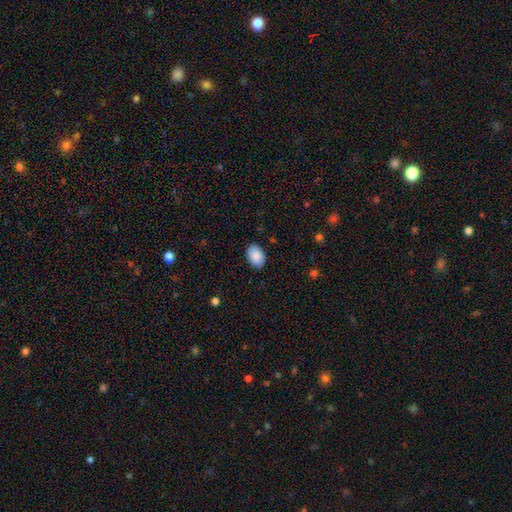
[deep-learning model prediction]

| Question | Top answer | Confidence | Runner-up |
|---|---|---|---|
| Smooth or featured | smooth | 89% | star or artifact (7%) |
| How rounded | in between | 86% | round (13%) |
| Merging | none | 88% | minor disturbance (9%) |